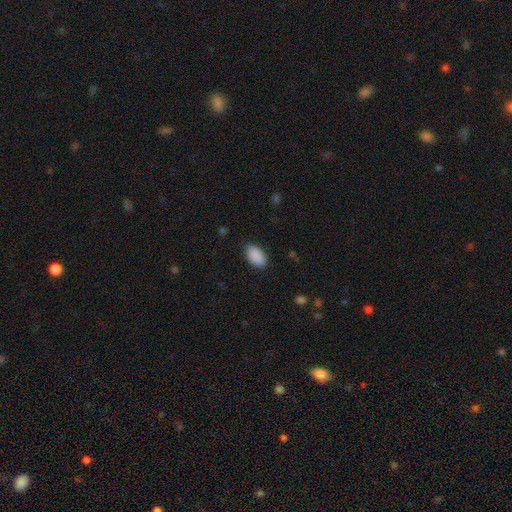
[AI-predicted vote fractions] Overall: smooth (90%). How rounded: in between (94%). Merging: none (86%).